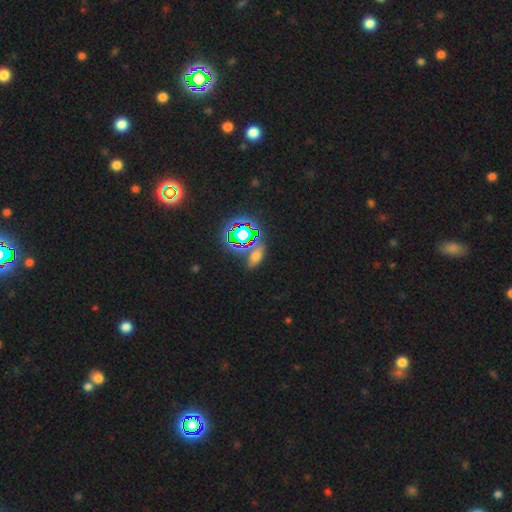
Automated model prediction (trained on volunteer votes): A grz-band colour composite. It shows a star or artifact, not a galaxy (44%, tied with smooth).